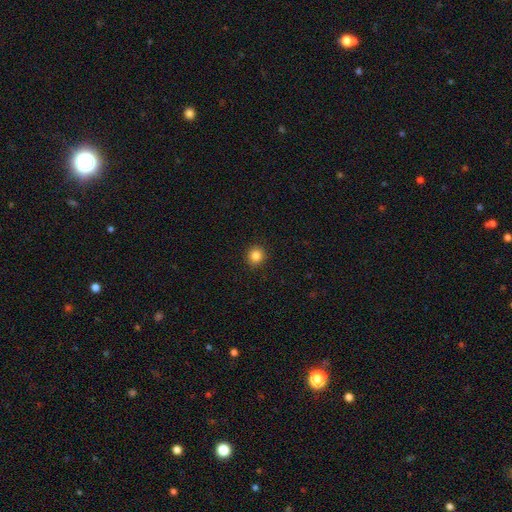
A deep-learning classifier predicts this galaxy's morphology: smooth_or_featured: smooth (p=0.85) [alt: star or artifact p=0.11]
how_rounded: round (p=0.88) [alt: in between p=0.11]
merging: none (p=0.91) [alt: minor disturbance p=0.06]